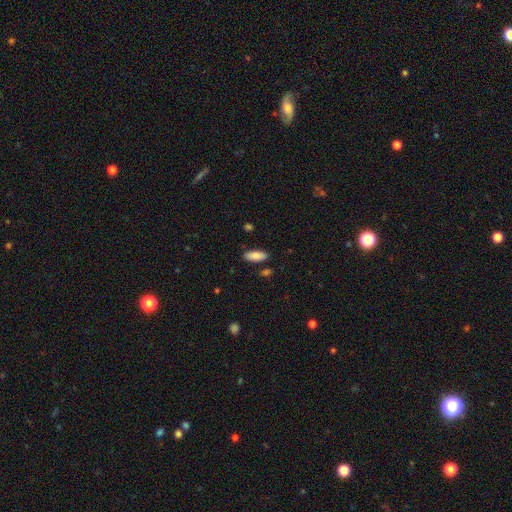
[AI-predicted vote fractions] This appears to be a smooth galaxy with no disk features (86%) that is in between round and cigar-shaped (81%). Merging: none (85%).